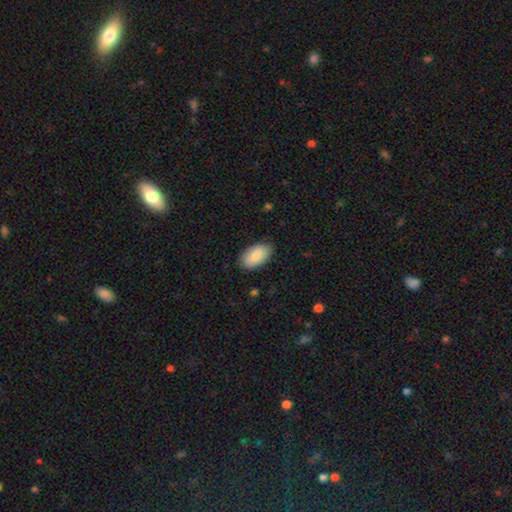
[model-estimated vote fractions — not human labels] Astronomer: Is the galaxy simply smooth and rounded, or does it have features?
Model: smooth — 86%.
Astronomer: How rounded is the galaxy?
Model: in between — 95%.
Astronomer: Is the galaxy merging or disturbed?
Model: none — 85%.